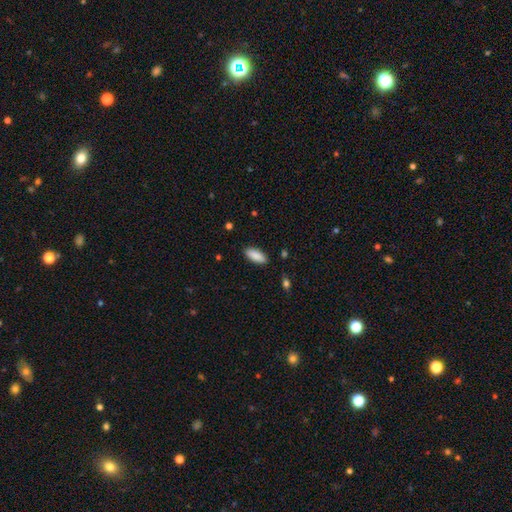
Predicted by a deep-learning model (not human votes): Overall: smooth (89%). How rounded: in between (82%). Merging: none (88%).